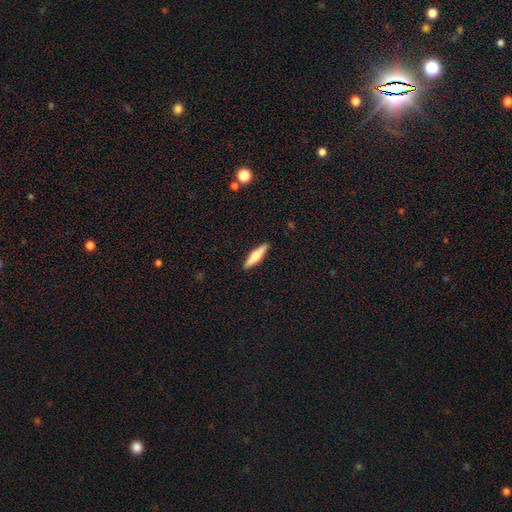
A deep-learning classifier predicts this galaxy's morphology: Smooth or featured? featured or disk (48%)
Merging? none (91%)